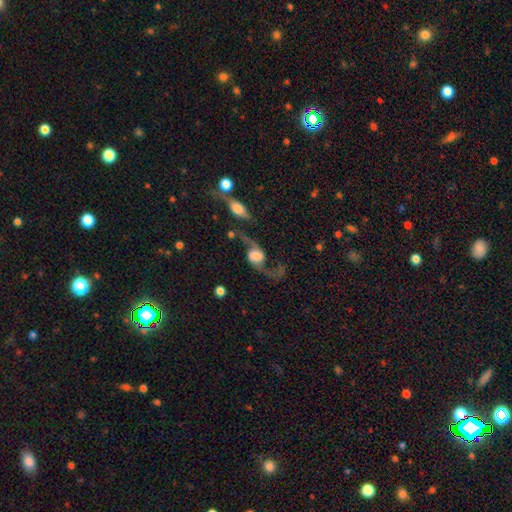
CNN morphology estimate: This is clearly a featured or disk galaxy (82%). It is clearly not viewed edge-on (94%). Bar: possibly no (48%). Spiral arm pattern: clearly yes (95%). Spiral arm count: clearly 2 (93%). Spiral winding: clearly loose (88%). Central bulge: marginally large (40%). Merging: possibly none (52%).